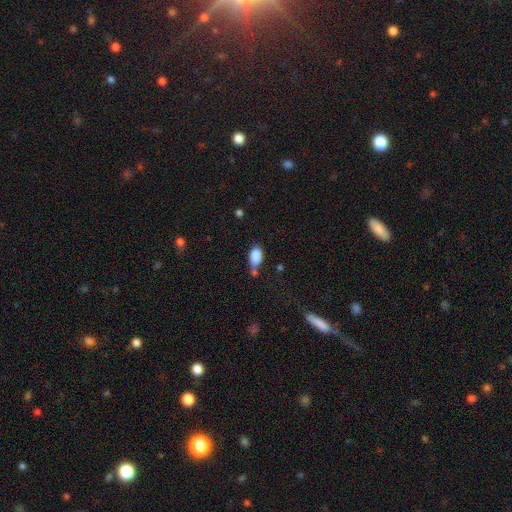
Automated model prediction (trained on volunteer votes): A smooth galaxy with no disk features (84%) that is in between round and cigar-shaped (88%).

Vote fractions:
- Smooth or featured? smooth: 84% / star or artifact: 9% / featured or disk: 7%
- How rounded? in between: 88% / round: 9% / cigar-shaped: 3%
- Merging? none: 39% / minor disturbance: 28% / merger: 21% / major disturbance: 11%